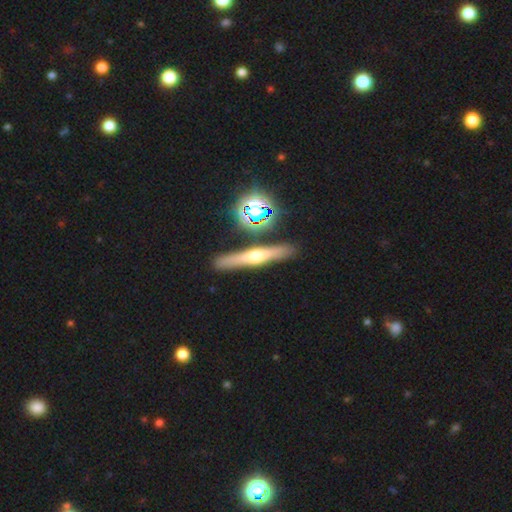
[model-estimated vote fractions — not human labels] smooth-or-featured: featured or disk: 58% | smooth: 29% | star or artifact: 13%
  disk-edge-on: yes: 93% | no: 7%
    edge-on-bulge: rounded: 90% | none: 6% | boxy: 4%
  merging: none: 89% | minor disturbance: 6% | merger: 3% | major disturbance: 2%